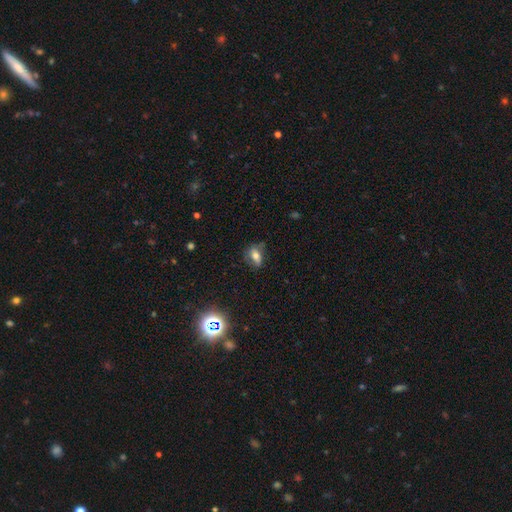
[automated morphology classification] smooth-or-featured: smooth: 61% | featured or disk: 25% | star or artifact: 14%
  how-rounded: in between: 77% | round: 17% | cigar-shaped: 6%
  merging: none: 59% | minor disturbance: 28% | major disturbance: 10% | merger: 3%